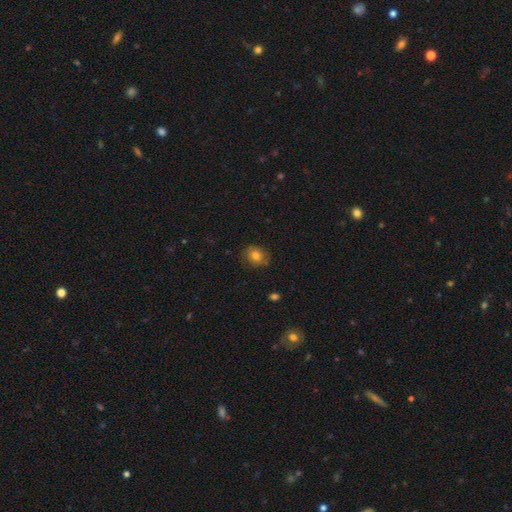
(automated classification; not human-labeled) This appears to be a smooth galaxy with no disk features (75%) that is round (66%). Merging: none (78%).